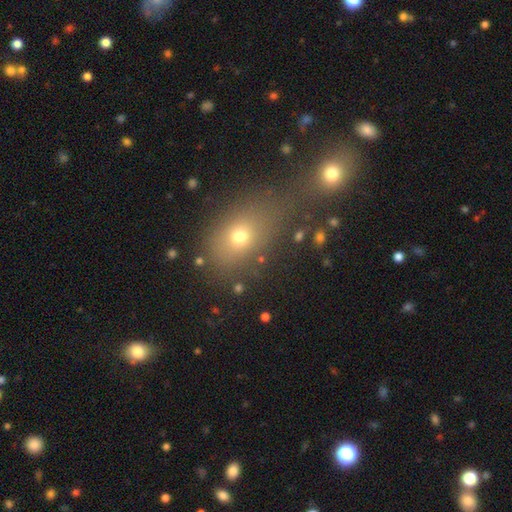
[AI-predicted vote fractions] The model was most divided on "how rounded": in between: 55%, round: 43%, cigar-shaped: 2%. More confident: smooth or featured — smooth (63%); merging — none (51%).